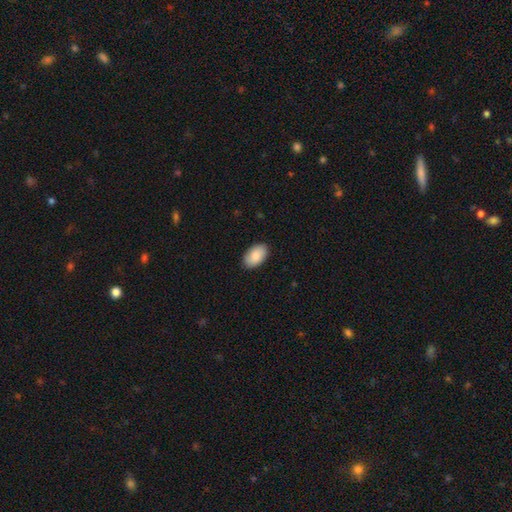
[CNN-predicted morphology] This appears to be a smooth galaxy with no disk features (85%) that is in between round and cigar-shaped (94%). Merging: none (89%).